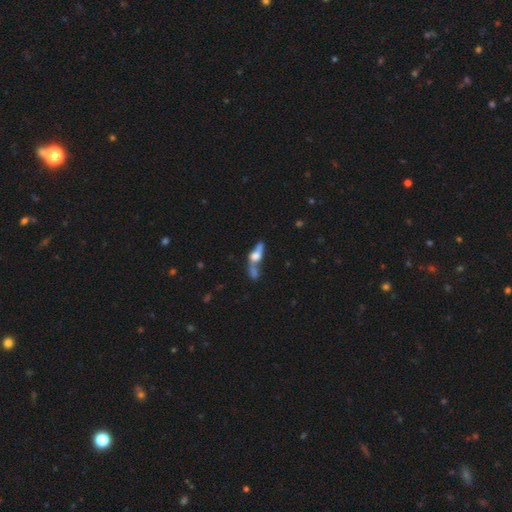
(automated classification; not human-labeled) Smooth or featured? Predicted: featured or disk (p=0.52). Edge-on disk? Predicted: yes (p=0.63). Merging? Predicted: merger (p=0.42).